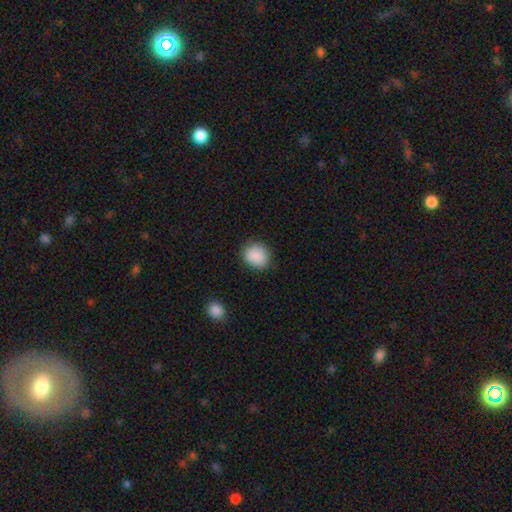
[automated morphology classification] type=smooth (89%); roundness=round (74%); merging=none (84%).